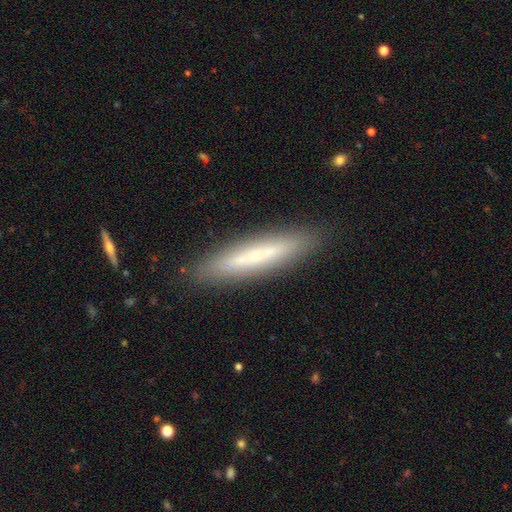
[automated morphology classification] Smooth or featured: smooth — 52% (featured or disk — 41%)
How rounded: cigar-shaped — 91% (in between — 8%)
Merging: none — 88% (minor disturbance — 8%)